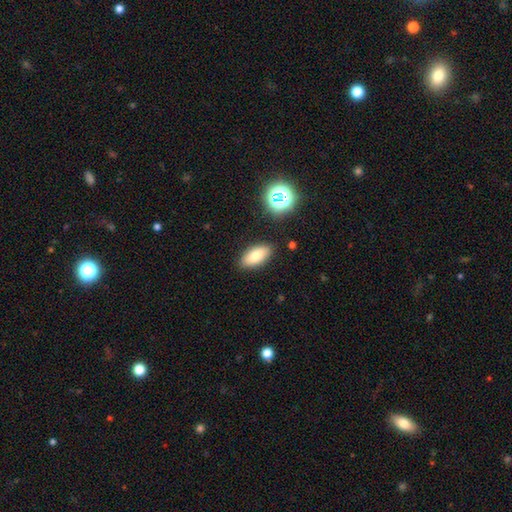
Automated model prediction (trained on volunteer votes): Smooth or featured: smooth — 77% (featured or disk — 13%)
How rounded: in between — 88% (cigar-shaped — 8%)
Merging: none — 87% (minor disturbance — 9%)